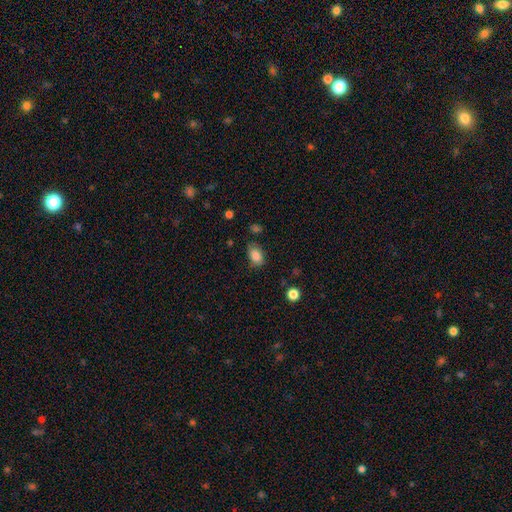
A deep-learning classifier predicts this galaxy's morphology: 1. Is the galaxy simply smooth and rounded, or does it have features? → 86% smooth, 9% star or artifact, 6% featured or disk.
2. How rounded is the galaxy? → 83% in between, 16% round, 1% cigar-shaped.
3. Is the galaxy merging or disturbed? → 70% none, 22% minor disturbance, 5% major disturbance, 3% merger.